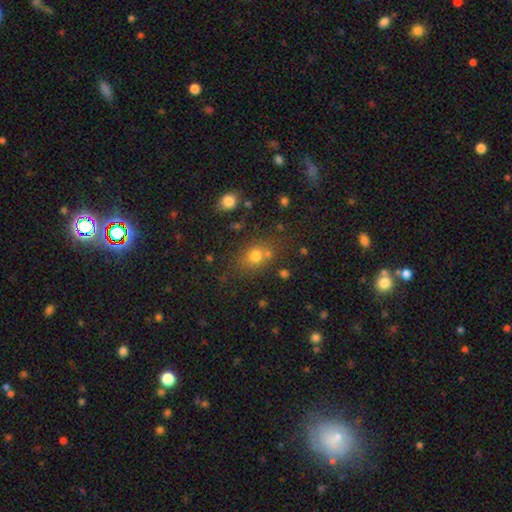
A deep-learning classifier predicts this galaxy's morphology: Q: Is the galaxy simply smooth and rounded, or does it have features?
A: smooth — 73%.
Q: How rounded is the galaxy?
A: round — 63%.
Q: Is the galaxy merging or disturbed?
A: none — 65%.